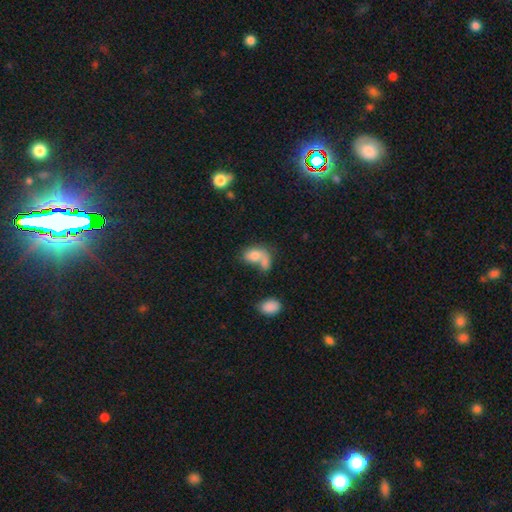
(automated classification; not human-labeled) This appears to be a smooth galaxy with no disk features (74%) that is in between round and cigar-shaped (77%). Merging: merger (61%).